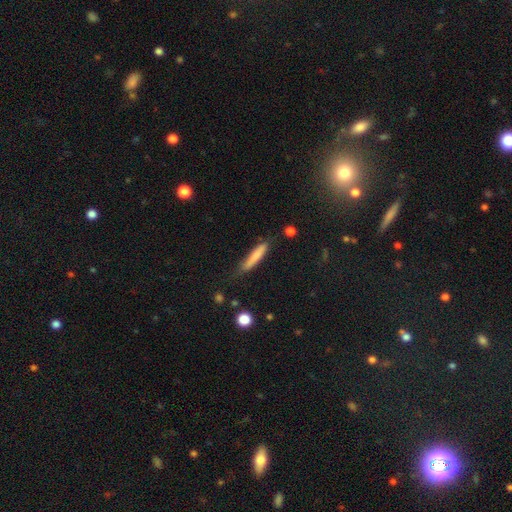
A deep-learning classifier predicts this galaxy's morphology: The model was most divided on "merging": none: 67%, minor disturbance: 25%, major disturbance: 6%, merger: 3%. More confident: how rounded — cigar-shaped (89%); smooth or featured — smooth (76%).